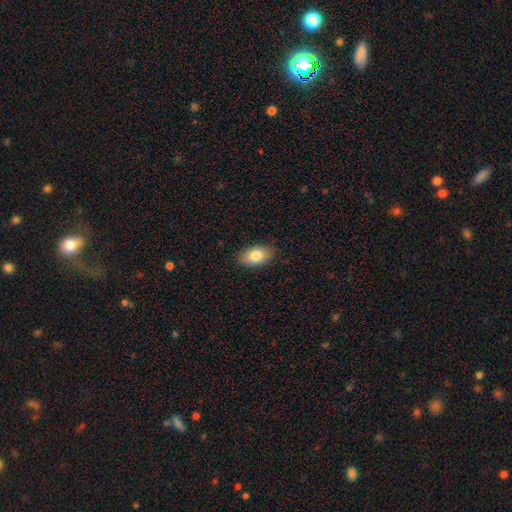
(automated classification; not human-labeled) This appears to be a smooth galaxy with no disk features (81%) that is in between round and cigar-shaped (90%). Merging: none (86%).